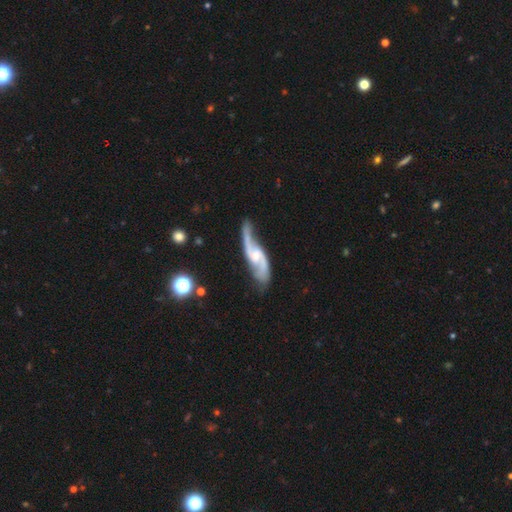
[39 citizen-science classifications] A featured or disk galaxy (97%) with a weak bar (66%), 2 (100%) loose (68%) spiral arms (97%) and a small central bulge (53%).

Vote fractions:
- Smooth or featured? featured or disk: 97% / star or artifact: 3% / smooth: 0%
- Edge-on disk? no: 100% / yes: 0%
- Bar? weak: 66% / no: 24% / strong: 11%
- Spiral arms? yes: 97% / no: 3%
- Spiral winding? loose: 68% / medium: 27% / tight: 5%
- Spiral arm count? 2: 100% / 1: 0% / 3: 0% / 4: 0% / more than 4: 0% / can't tell: 0%
- Bulge size? small: 53% / none: 32% / moderate: 16% / dominant: 0% / large: 0%
- Merging? none: 58% / minor disturbance: 24% / major disturbance: 16% / merger: 3%